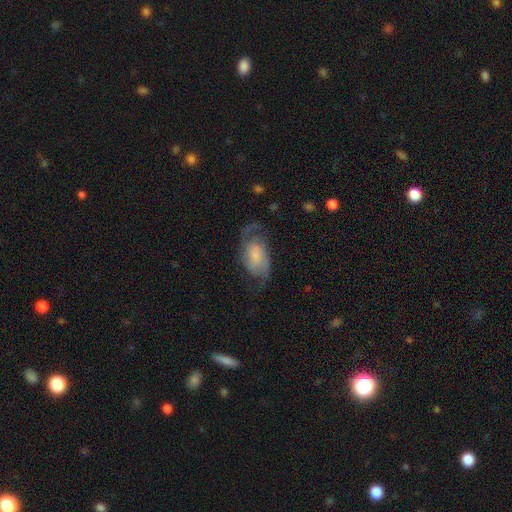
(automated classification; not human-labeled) Smooth or featured? Predicted: featured or disk (p=0.73). Edge-on disk? Predicted: no (p=0.96). Bar? Predicted: no (p=0.61). Spiral arms? Predicted: yes (p=0.93). Spiral winding? Predicted: medium (p=0.44). Spiral arm count? Predicted: 2 (p=0.89). Bulge size? Predicted: small (p=0.35). Merging? Predicted: none (p=0.61).